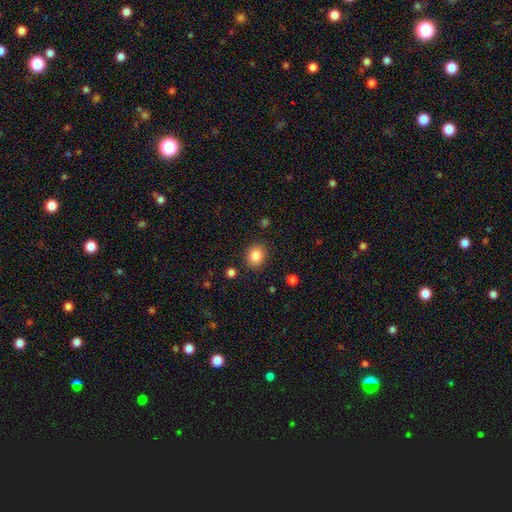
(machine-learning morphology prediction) smooth_or_featured: smooth (p=0.85) [alt: star or artifact p=0.10]
how_rounded: round (p=0.68) [alt: in between p=0.31]
merging: none (p=0.86) [alt: minor disturbance p=0.09]